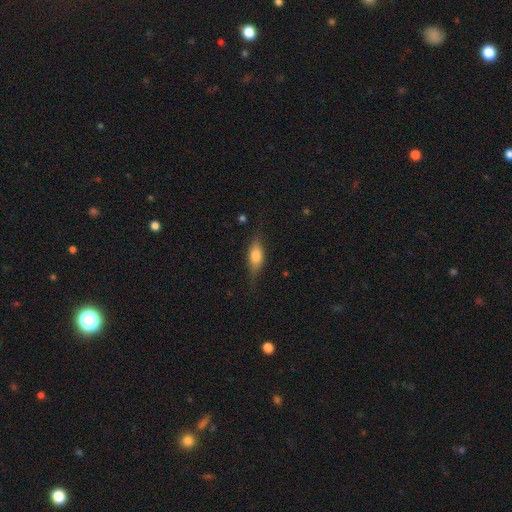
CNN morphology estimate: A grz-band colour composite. It shows a smooth galaxy with no disk features (65%) that is in between round and cigar-shaped (69%). Merging: none (72%).